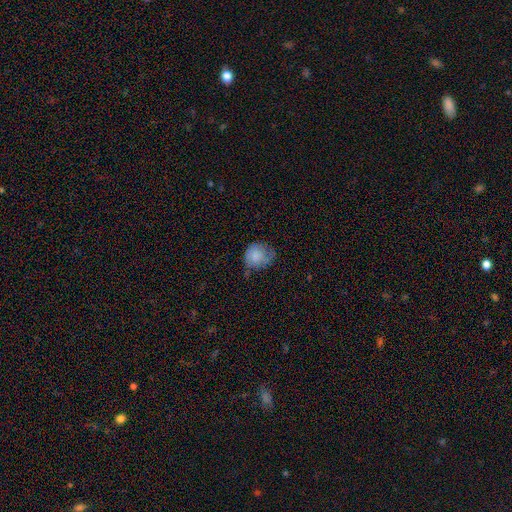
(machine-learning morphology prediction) smooth_or_featured: smooth (p=0.72) [alt: featured or disk p=0.20]
how_rounded: round (p=0.73) [alt: in between p=0.26]
merging: none (p=0.42) [alt: minor disturbance p=0.38]